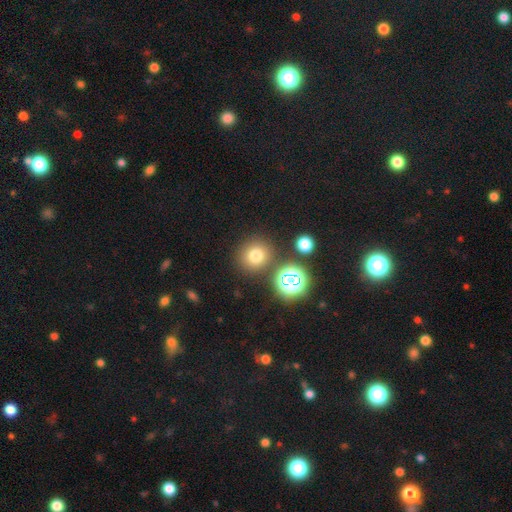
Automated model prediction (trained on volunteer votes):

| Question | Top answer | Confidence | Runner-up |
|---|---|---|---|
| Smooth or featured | smooth | 71% | star or artifact (20%) |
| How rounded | round | 90% | in between (9%) |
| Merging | none | 82% | minor disturbance (7%) |